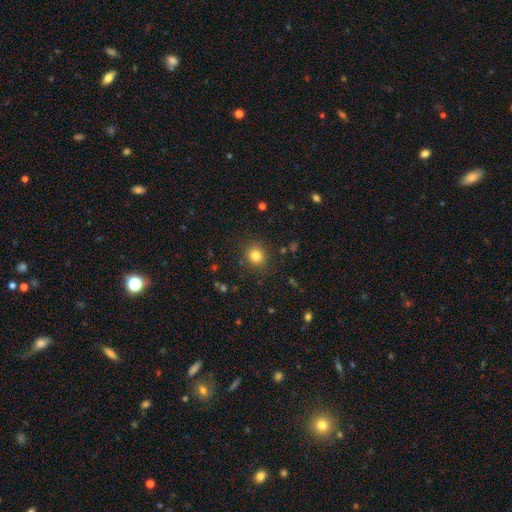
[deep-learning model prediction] This appears to be a smooth galaxy with no disk features (81%) that is round (83%). Merging: none (86%).